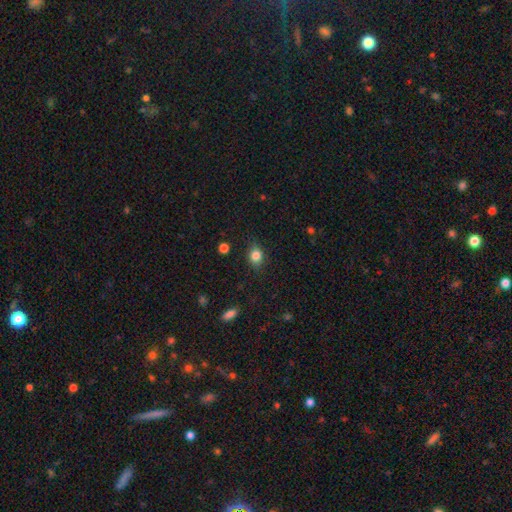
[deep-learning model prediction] A smooth galaxy with no disk features (81%) that is round (50%).

Vote fractions:
- Smooth or featured? smooth: 81% / star or artifact: 11% / featured or disk: 8%
- How rounded? round: 50% / in between: 49% / cigar-shaped: 2%
- Merging? none: 81% / minor disturbance: 15% / major disturbance: 3% / merger: 1%